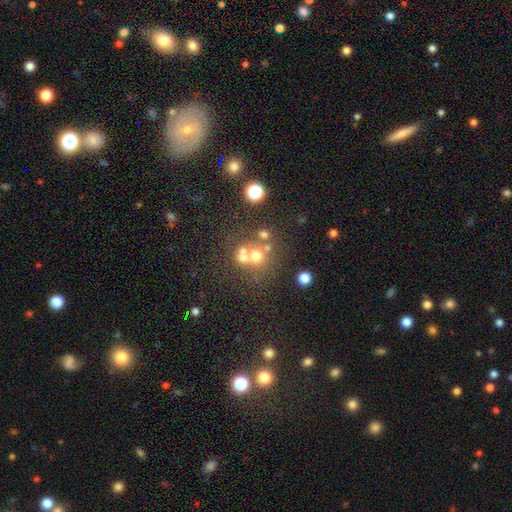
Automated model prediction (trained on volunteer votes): Smooth or featured? Predicted: smooth (p=0.57). How rounded? Predicted: round (p=0.87). Merging? Predicted: none (p=0.47).